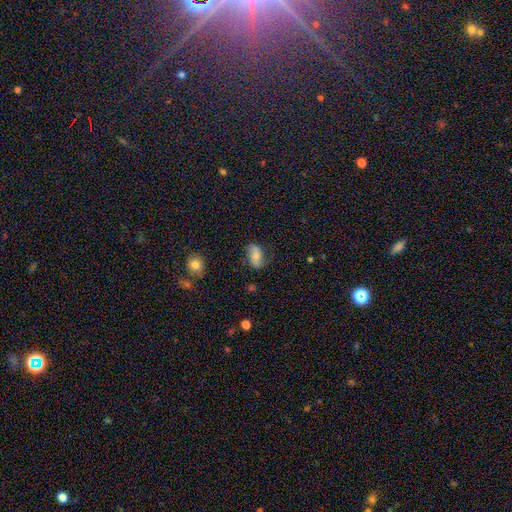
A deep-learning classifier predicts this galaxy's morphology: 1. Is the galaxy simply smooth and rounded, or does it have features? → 57% smooth, 34% featured or disk, 9% star or artifact.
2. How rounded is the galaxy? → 88% in between, 8% round, 5% cigar-shaped.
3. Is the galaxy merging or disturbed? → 65% none, 24% minor disturbance, 8% major disturbance, 2% merger.